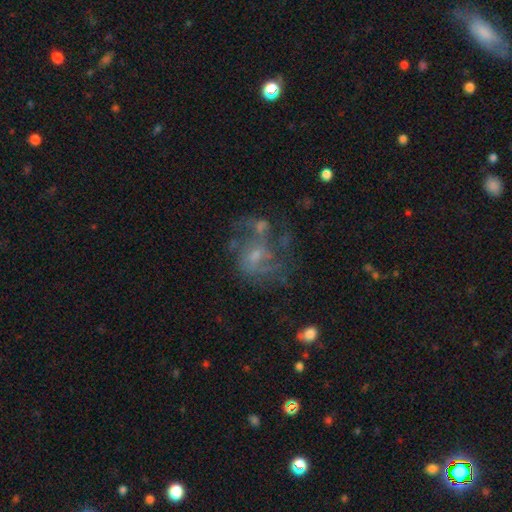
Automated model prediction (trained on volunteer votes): smooth_or_featured: featured or disk (p=0.68) [alt: smooth p=0.19]
disk_edge_on: no (p=0.98) [alt: yes p=0.02]
bar: no (p=0.64) [alt: weak p=0.32]
has_spiral_arms: yes (p=0.65) [alt: no p=0.35]
bulge_size: small (p=0.51) [alt: moderate p=0.32]
merging: none (p=0.41) [alt: major disturbance p=0.28]